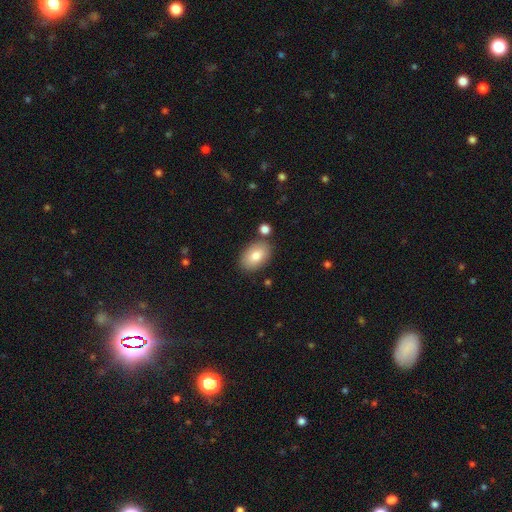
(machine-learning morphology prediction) Q: Smooth or featured?
A: smooth (81%); runner-up: featured or disk (12%)
Q: How rounded?
A: in between (91%); runner-up: round (8%)
Q: Merging?
A: none (81%); runner-up: minor disturbance (11%)